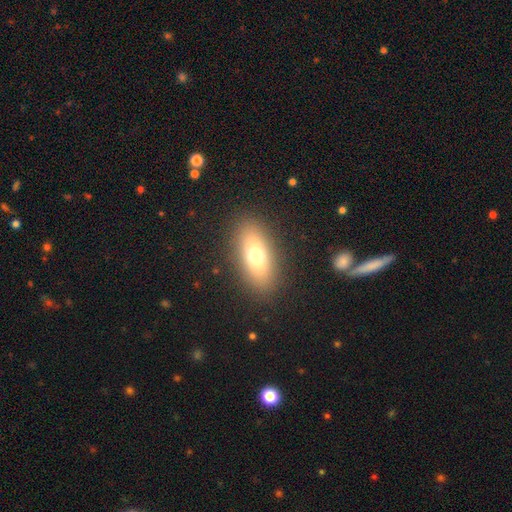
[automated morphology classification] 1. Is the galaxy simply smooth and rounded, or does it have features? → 67% smooth, 21% featured or disk, 12% star or artifact.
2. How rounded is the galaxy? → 79% in between, 12% cigar-shaped, 9% round.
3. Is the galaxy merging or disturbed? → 87% none, 8% minor disturbance, 4% major disturbance, 1% merger.